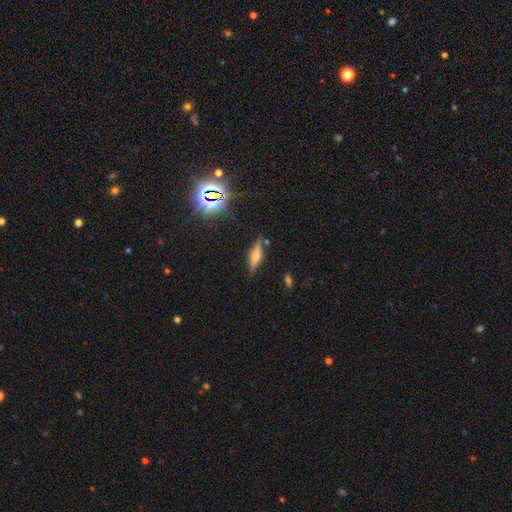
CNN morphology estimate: Smooth or featured? featured or disk (51%)
Edge-on disk? yes (92%)
Merging? none (80%)